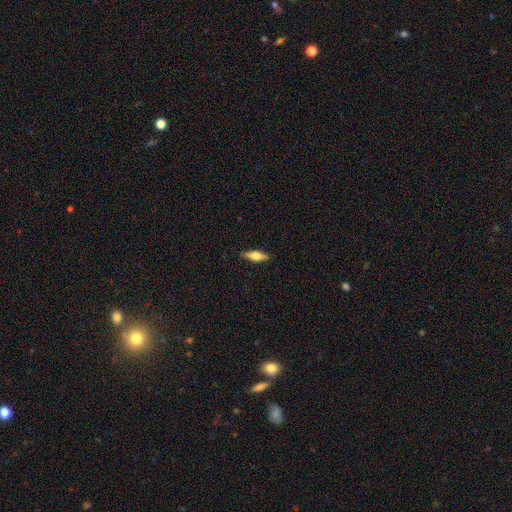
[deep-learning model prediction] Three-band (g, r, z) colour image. It shows a smooth galaxy with no disk features (55%) that is in between round and cigar-shaped (51%). Merging: none (87%).